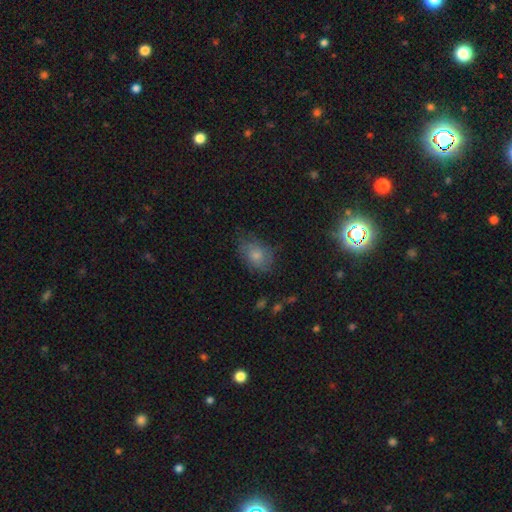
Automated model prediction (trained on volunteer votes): The model was most divided on "smooth or featured": smooth: 55%, star or artifact: 25%, featured or disk: 20%. More confident: how rounded — in between (67%); merging — none (67%).